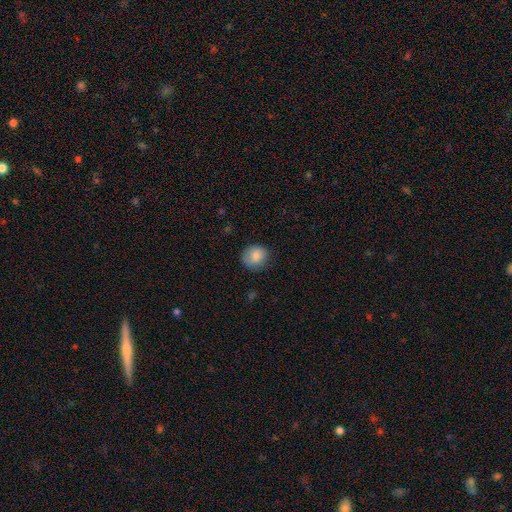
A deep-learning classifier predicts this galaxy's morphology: A smooth galaxy with no disk features (83%) that is round (80%).

Vote fractions:
- Smooth or featured? smooth: 83% / featured or disk: 9% / star or artifact: 8%
- How rounded? round: 80% / in between: 19% / cigar-shaped: 1%
- Merging? none: 81% / minor disturbance: 15% / major disturbance: 3% / merger: 1%